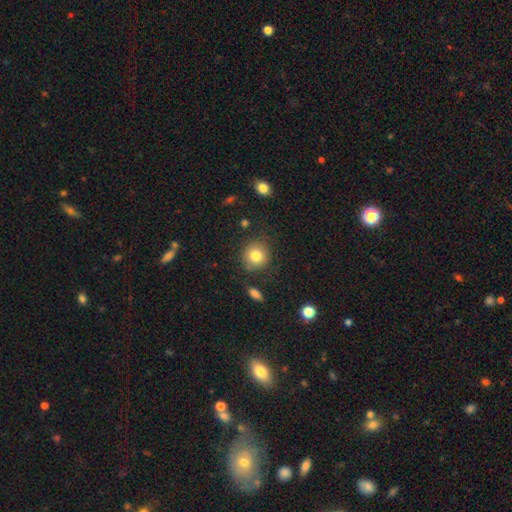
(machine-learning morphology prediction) type=smooth (82%); roundness=round (87%); merging=none (81%).